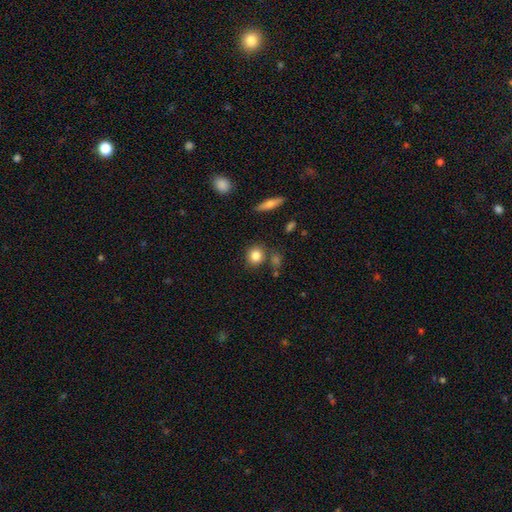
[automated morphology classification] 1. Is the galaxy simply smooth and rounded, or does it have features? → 84% smooth, 9% star or artifact, 7% featured or disk.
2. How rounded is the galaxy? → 79% round, 20% in between, 2% cigar-shaped.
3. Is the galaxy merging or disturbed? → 78% none, 11% minor disturbance, 8% merger, 3% major disturbance.